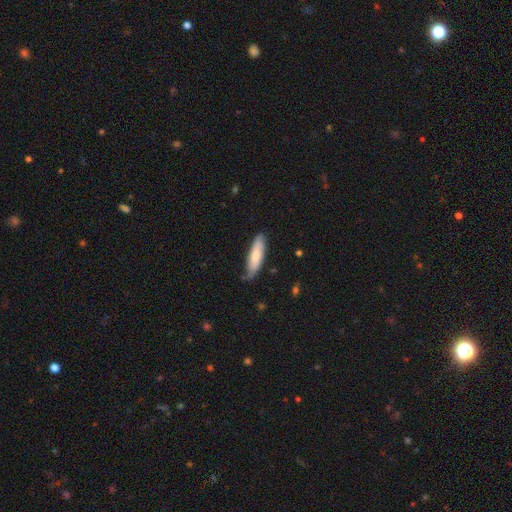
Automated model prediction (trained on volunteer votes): smooth-or-featured: smooth: 73% | featured or disk: 22% | star or artifact: 5%
  how-rounded: cigar-shaped: 59% | in between: 39% | round: 1%
  merging: none: 70% | minor disturbance: 24% | major disturbance: 4% | merger: 2%